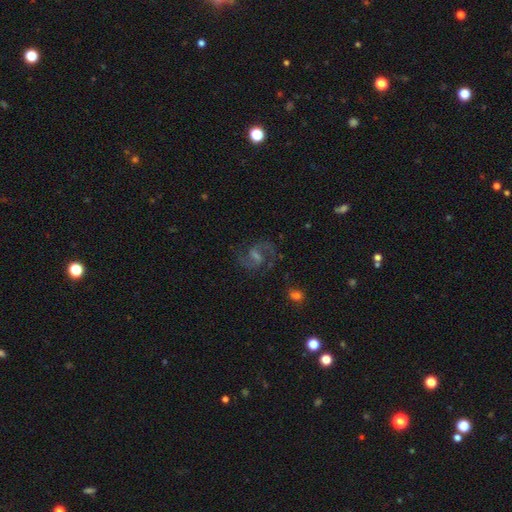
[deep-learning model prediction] smooth-or-featured: featured or disk: 84% | star or artifact: 10% | smooth: 6%
  disk-edge-on: no: 98% | yes: 2%
    bar: weak: 58% | strong: 23% | no: 19%
    has-spiral-arms: yes: 97% | no: 3%
      spiral-winding: medium: 59% | loose: 26% | tight: 14%
      spiral-arm-count: 2: 92% | can't tell: 3% | 3: 2% | 1: 1% | 4: 1% | more than 4: 1%
    bulge-size: small: 41% | moderate: 30% | none: 23% | large: 5% | dominant: 1%
  merging: none: 79% | minor disturbance: 12% | major disturbance: 7% | merger: 2%